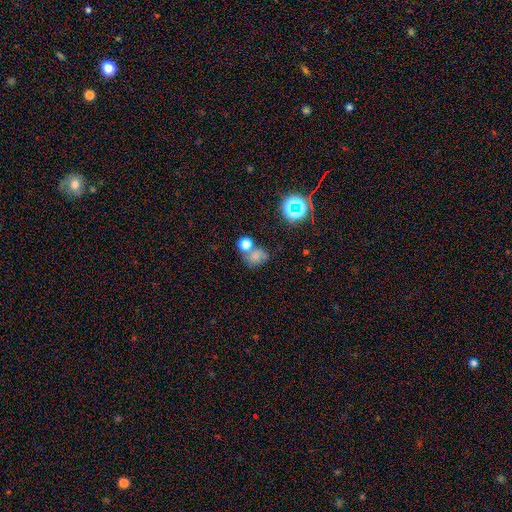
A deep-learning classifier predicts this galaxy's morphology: A smooth galaxy with no disk features (63%) that is round (61%).

Vote fractions:
- Smooth or featured? smooth: 63% / star or artifact: 23% / featured or disk: 14%
- How rounded? round: 61% / in between: 38% / cigar-shaped: 1%
- Merging? none: 43% / merger: 30% / minor disturbance: 16% / major disturbance: 11%